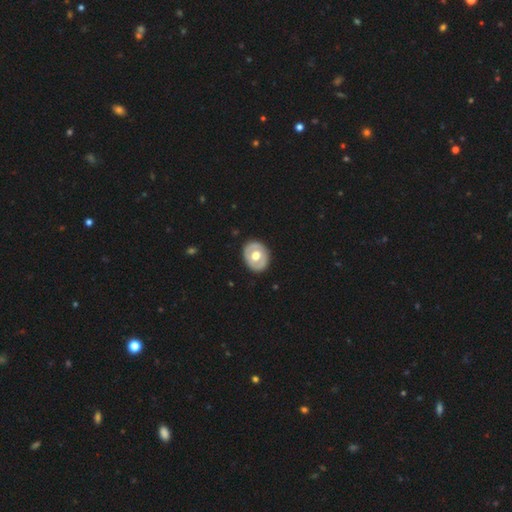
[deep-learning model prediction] Overall: featured or disk (52%; smooth 43%). Edge-on disk: no (93%). Merging: none (86%).